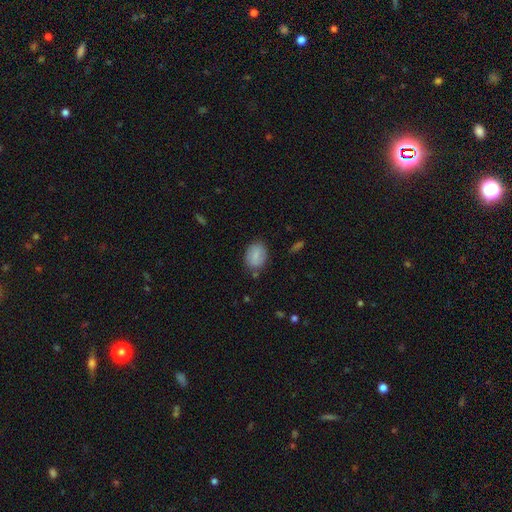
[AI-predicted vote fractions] A smooth galaxy with no disk features (79%) that is in between round and cigar-shaped (64%). Merging: none (79%).